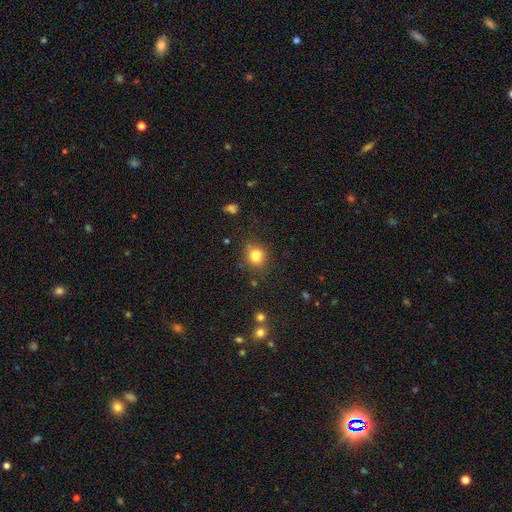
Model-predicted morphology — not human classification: This is clearly a smooth galaxy (81%). How rounded: likely round (65%). Merging: likely none (72%).